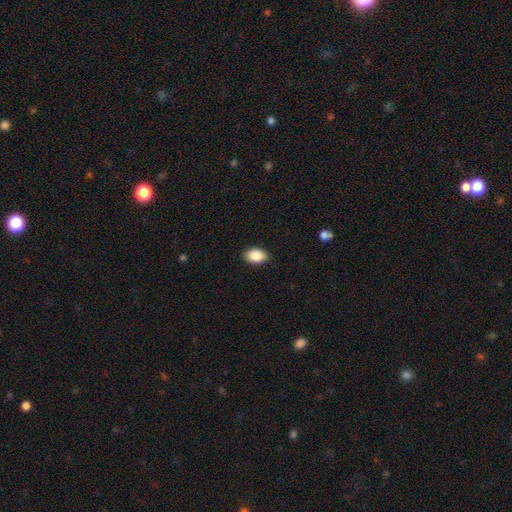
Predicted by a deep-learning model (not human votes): Smooth or featured: smooth — 87% (star or artifact — 7%)
How rounded: in between — 90% (round — 9%)
Merging: none — 88% (minor disturbance — 9%)